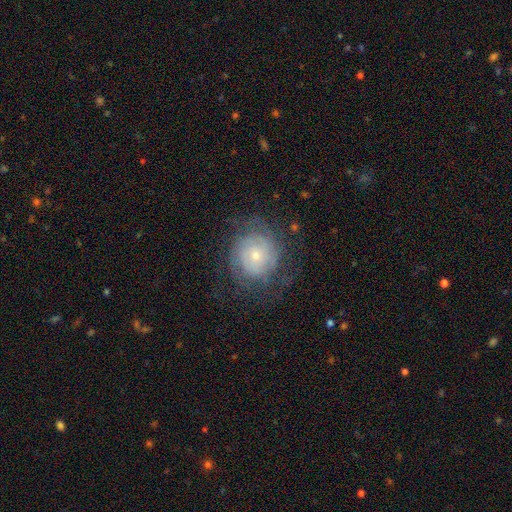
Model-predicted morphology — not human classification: featured or disk 65%, smooth 28%, star or artifact 8%. Down the decision tree: edge-on disk — no (97%); bar — no (76%); spiral arms — yes (84%); spiral arm count — can't tell (47%); spiral winding — tight (65%); bulge size — small (60%); merging — none (68%).